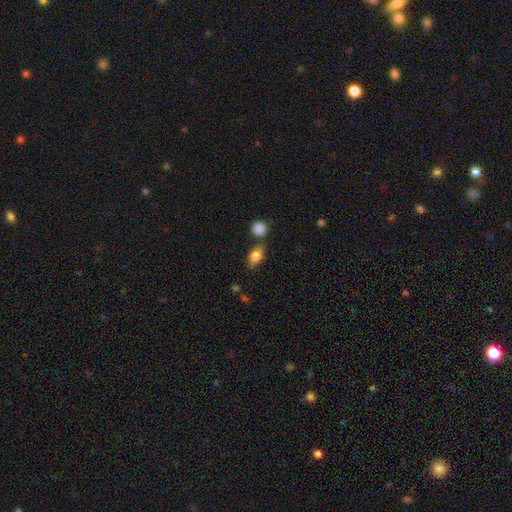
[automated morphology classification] Q: Smooth or featured?
A: smooth (84%); runner-up: featured or disk (9%)
Q: How rounded?
A: in between (82%); runner-up: round (14%)
Q: Merging?
A: none (65%); runner-up: merger (17%)